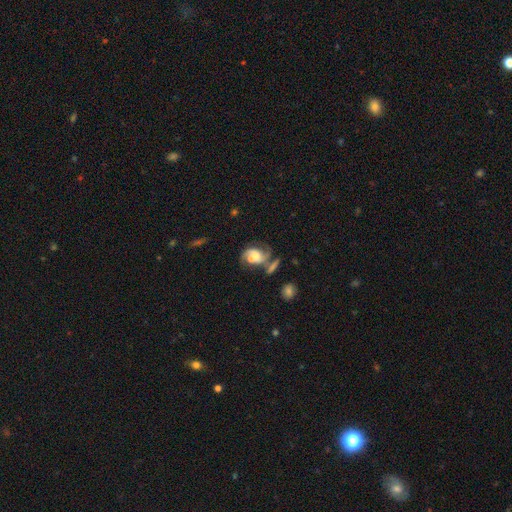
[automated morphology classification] Smooth or featured? Predicted: featured or disk (p=0.75). Edge-on disk? Predicted: no (p=0.97). Bar? Predicted: no (p=0.61). Spiral arms? Predicted: yes (p=0.91). Spiral winding? Predicted: medium (p=0.46). Spiral arm count? Predicted: 2 (p=0.79). Bulge size? Predicted: moderate (p=0.49). Merging? Predicted: merger (p=0.35).